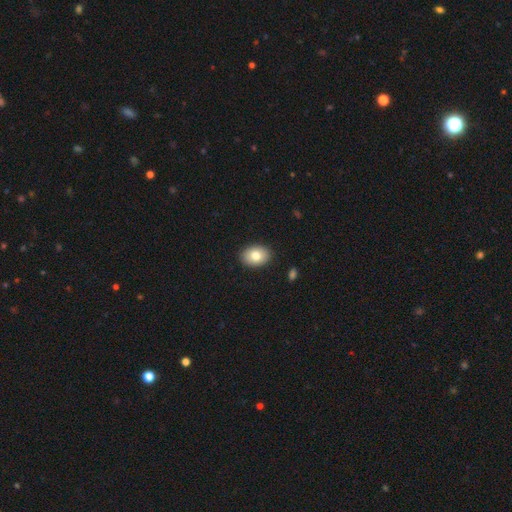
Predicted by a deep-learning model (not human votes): Smooth or featured?
  - smooth: 78% *
  - featured or disk: 14%
  - star or artifact: 8%
How rounded?
  - in between: 75% *
  - round: 24%
  - cigar-shaped: 1%
Merging?
  - none: 89% *
  - minor disturbance: 8%
  - major disturbance: 2%
  - merger: 1%